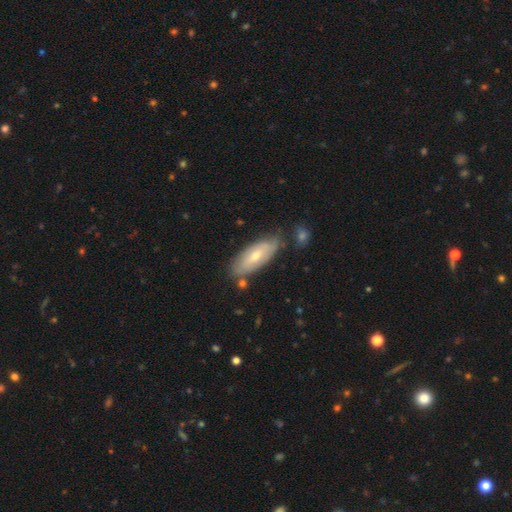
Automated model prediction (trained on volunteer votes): A smooth galaxy with no disk features (50%). Merging: none (71%).